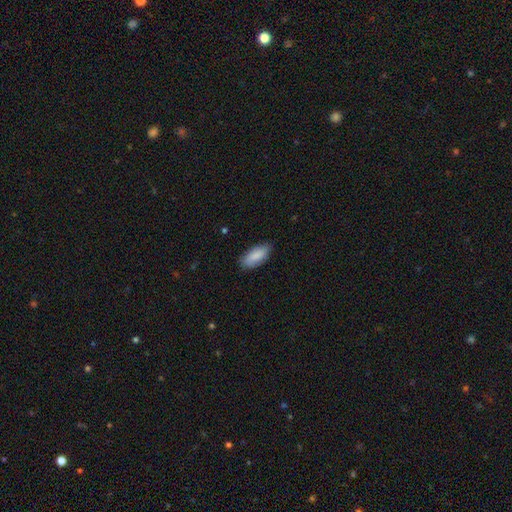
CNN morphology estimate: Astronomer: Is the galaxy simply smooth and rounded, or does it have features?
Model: smooth — 87%.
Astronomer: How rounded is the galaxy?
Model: in between — 85%.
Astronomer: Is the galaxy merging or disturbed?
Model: none — 82%.